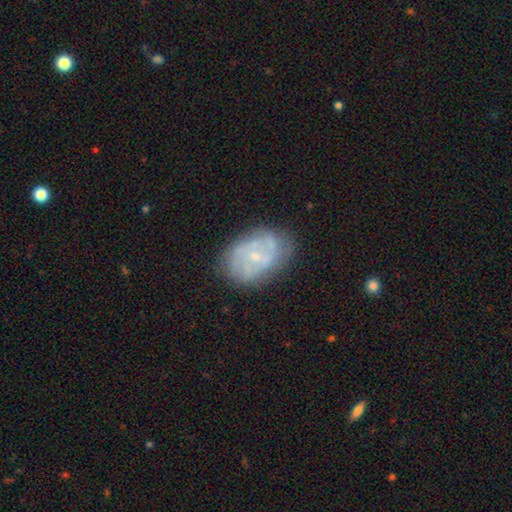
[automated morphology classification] A featured or disk galaxy (70%) with no bar (61%), spiral arms (73%) and a small central bulge (71%). Merging: none (70%).